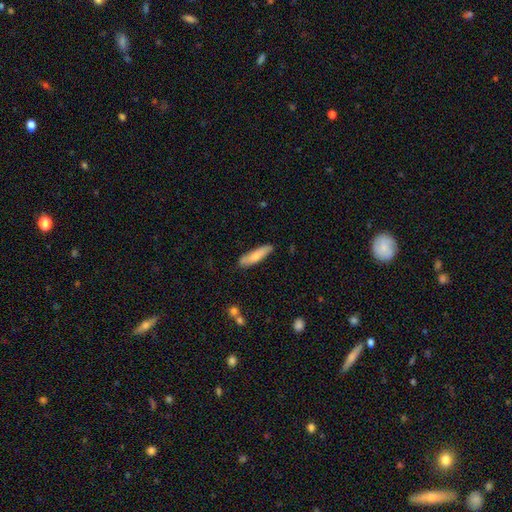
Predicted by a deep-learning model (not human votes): Morphology: type=smooth (75%); roundness=cigar-shaped (72%); merging=none (79%).